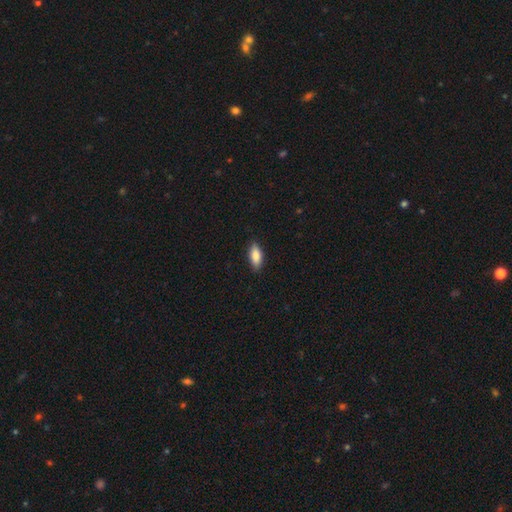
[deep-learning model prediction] Smooth or featured? smooth (85%)
How rounded? in between (81%)
Merging? none (88%)